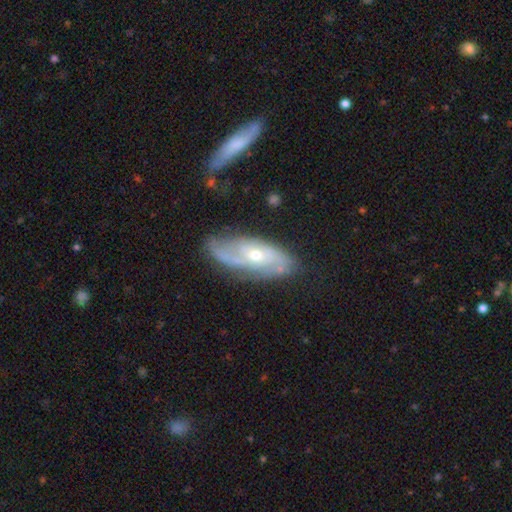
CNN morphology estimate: The model was most divided on "spiral winding": tight: 42%, medium: 40%, loose: 17%. Remaining: spiral arms — yes (91%); edge-on disk — no (89%); smooth or featured — featured or disk (79%); merging — none (66%); bar — no (65%); bulge size — moderate (50%); spiral arm count — 2 (45%).